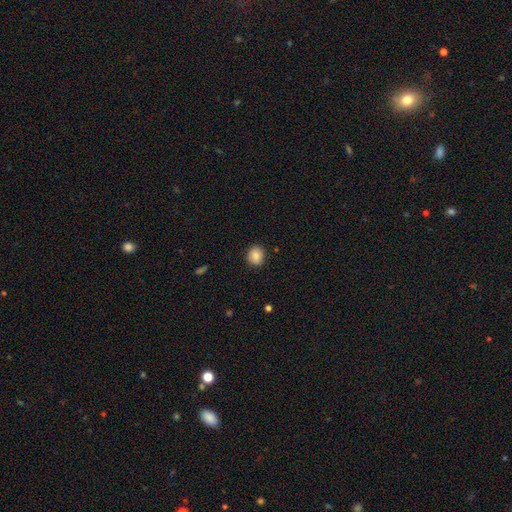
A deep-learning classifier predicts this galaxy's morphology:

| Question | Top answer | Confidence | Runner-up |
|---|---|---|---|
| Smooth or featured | smooth | 85% | star or artifact (9%) |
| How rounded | round | 80% | in between (19%) |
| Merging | none | 88% | minor disturbance (9%) |